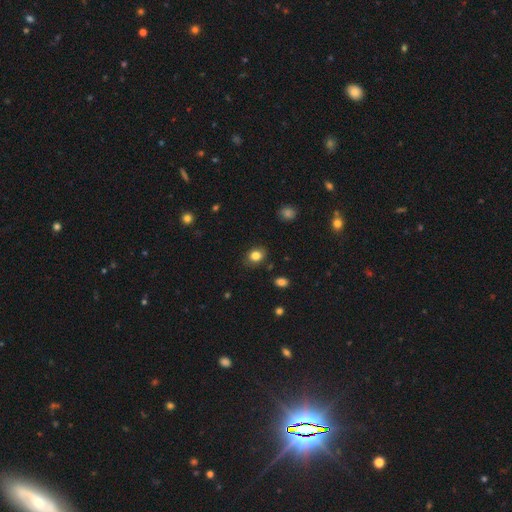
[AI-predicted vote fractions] Smooth or featured? Predicted: smooth (p=0.83). How rounded? Predicted: round (p=0.54). Merging? Predicted: none (p=0.85).